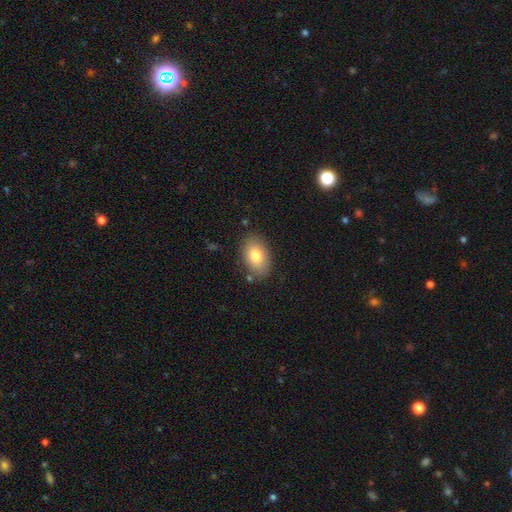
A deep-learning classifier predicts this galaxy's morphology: A smooth galaxy with no disk features (81%) that is in between round and cigar-shaped (89%). Merging: none (82%).